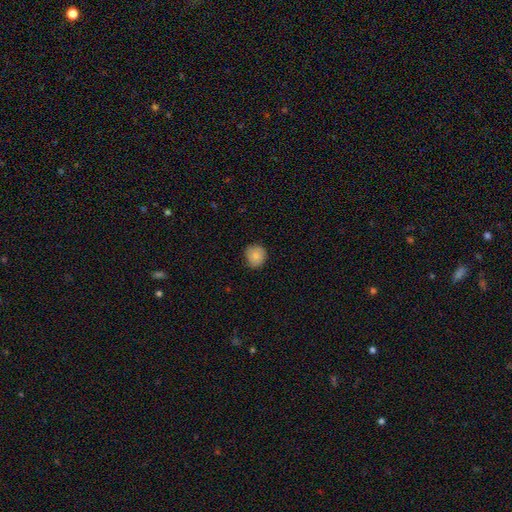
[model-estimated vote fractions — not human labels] This appears to be a smooth galaxy with no disk features (85%) that is round (88%). Merging: none (77%).